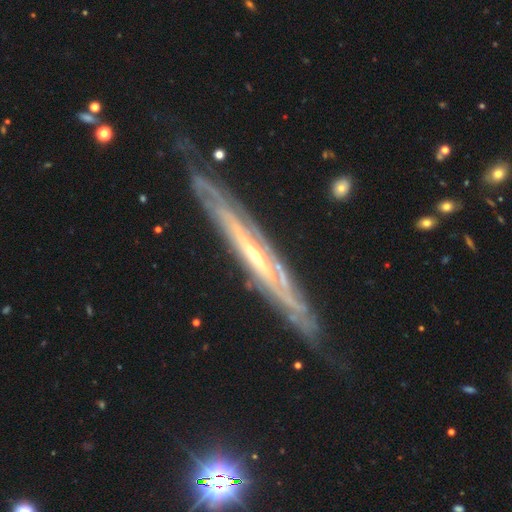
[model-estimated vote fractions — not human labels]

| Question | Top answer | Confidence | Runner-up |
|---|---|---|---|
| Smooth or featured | featured or disk | 87% | smooth (7%) |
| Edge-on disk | yes | 63% | no (37%) |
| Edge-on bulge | rounded | 51% | none (45%) |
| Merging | none | 73% | minor disturbance (19%) |